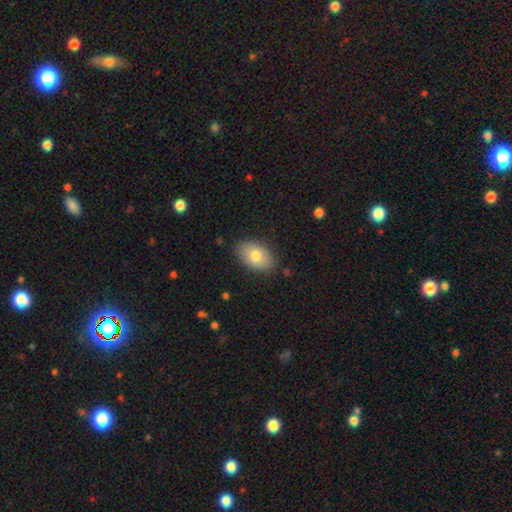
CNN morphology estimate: A smooth galaxy with no disk features (78%) that is in between round and cigar-shaped (90%). Merging: none (84%).